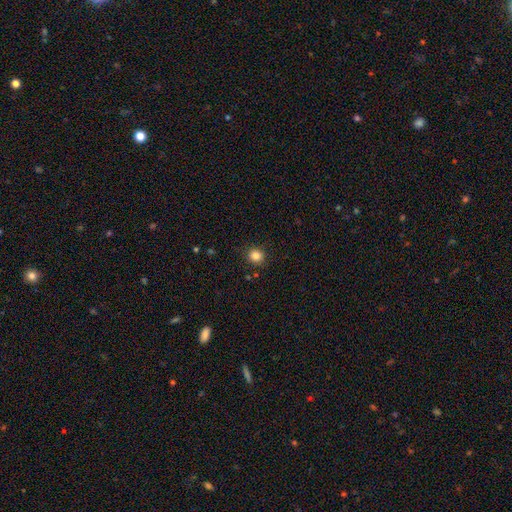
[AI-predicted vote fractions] This appears to be a smooth galaxy with no disk features (84%) that is round (88%). Merging: none (88%).